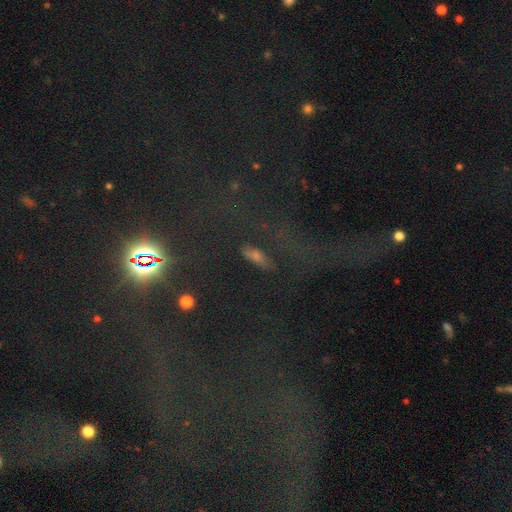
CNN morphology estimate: Q: Smooth or featured?
A: smooth (42%); runner-up: star or artifact (40%)
Q: Merging?
A: none (66%); runner-up: minor disturbance (16%)